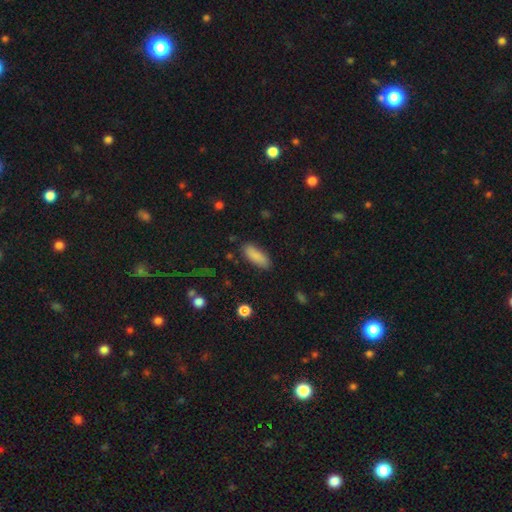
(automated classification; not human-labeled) The model was most divided on "how rounded": in between: 71%, cigar-shaped: 27%, round: 2%. More confident: smooth or featured — smooth (87%); merging — none (82%).